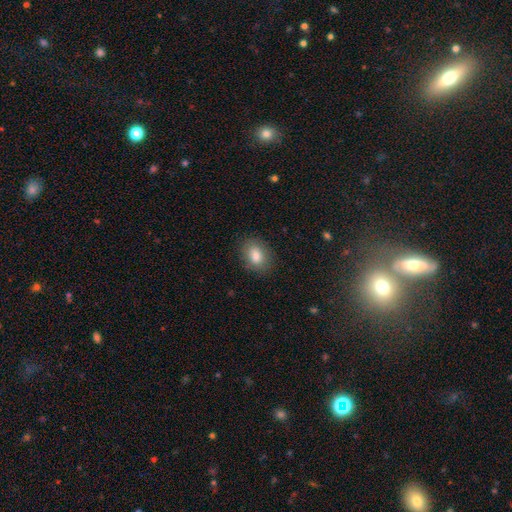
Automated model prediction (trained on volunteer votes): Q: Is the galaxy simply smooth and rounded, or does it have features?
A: smooth — 84%.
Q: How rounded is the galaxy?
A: in between — 74%.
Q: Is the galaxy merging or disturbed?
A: none — 85%.